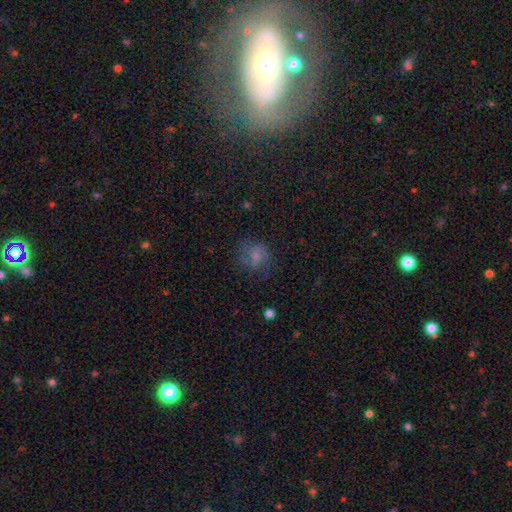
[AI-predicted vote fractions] Smooth or featured: smooth — 48% (featured or disk — 40%)
Merging: none — 65% (minor disturbance — 21%)